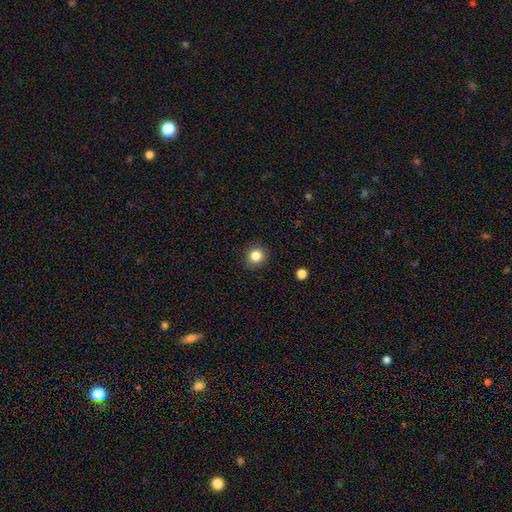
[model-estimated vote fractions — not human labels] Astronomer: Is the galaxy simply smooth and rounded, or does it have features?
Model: smooth — 84%.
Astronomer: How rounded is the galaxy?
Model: round — 82%.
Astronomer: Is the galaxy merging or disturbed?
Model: none — 89%.